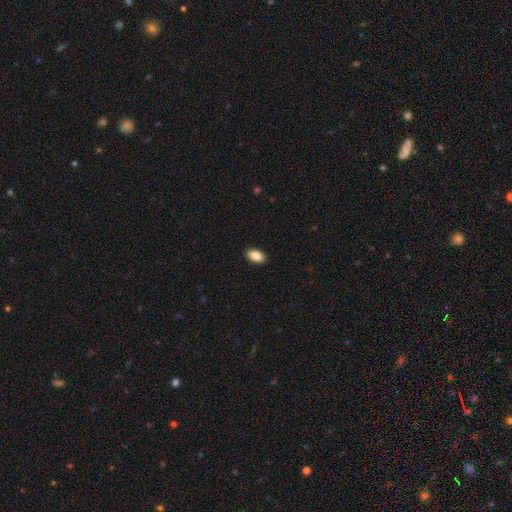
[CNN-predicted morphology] This appears to be a smooth galaxy with no disk features (88%) that is in between round and cigar-shaped (91%). Merging: none (91%).